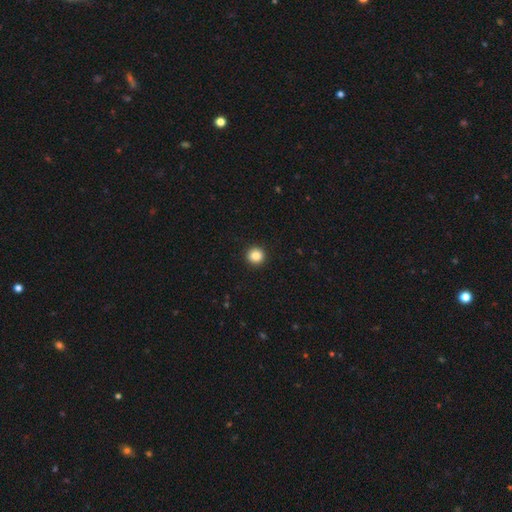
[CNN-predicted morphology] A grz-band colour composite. It shows a smooth galaxy with no disk features (86%) that is round (94%). Merging: none (93%).